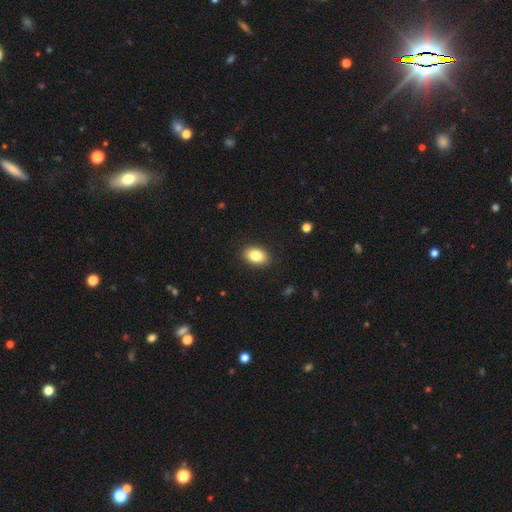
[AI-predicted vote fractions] This appears to be a smooth galaxy with no disk features (84%) that is in between round and cigar-shaped (85%). Merging: none (88%).